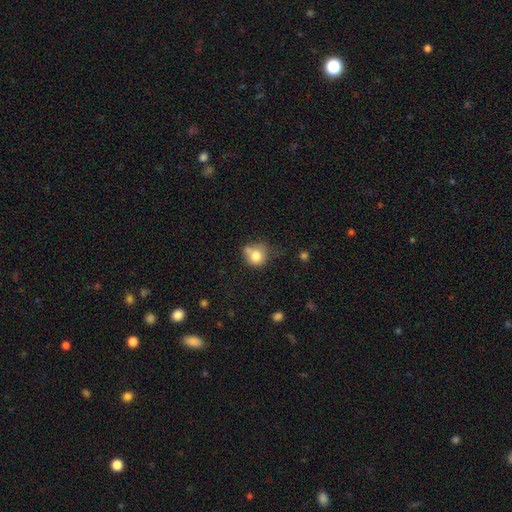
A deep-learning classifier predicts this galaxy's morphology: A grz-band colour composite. It shows a smooth galaxy with no disk features (77%) that is round (78%). Merging: none (43%).